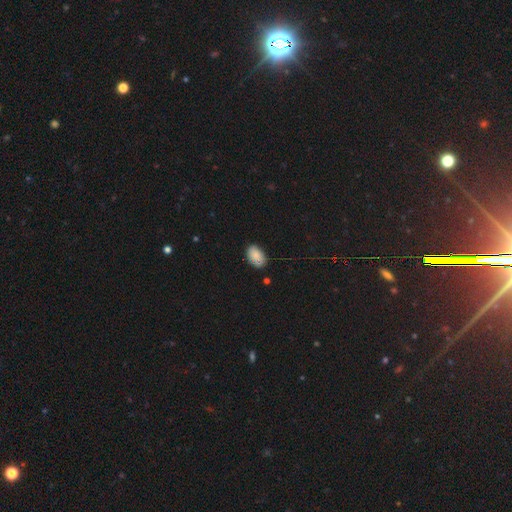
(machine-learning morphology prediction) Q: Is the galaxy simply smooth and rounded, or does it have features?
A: smooth — 81%.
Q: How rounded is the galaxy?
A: in between — 90%.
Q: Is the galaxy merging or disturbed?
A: none — 75%.